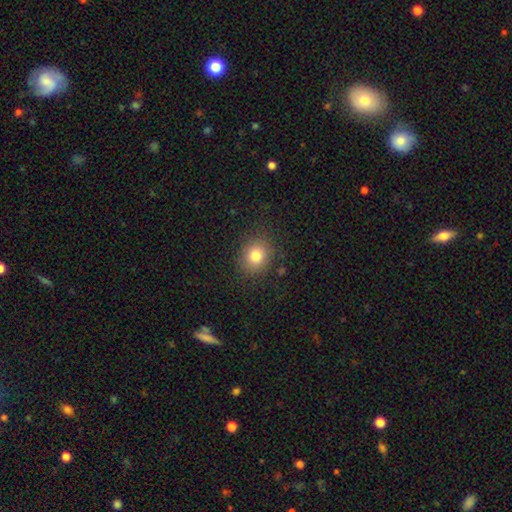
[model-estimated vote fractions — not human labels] A smooth galaxy with no disk features (80%) that is round (74%). Merging: none (87%).